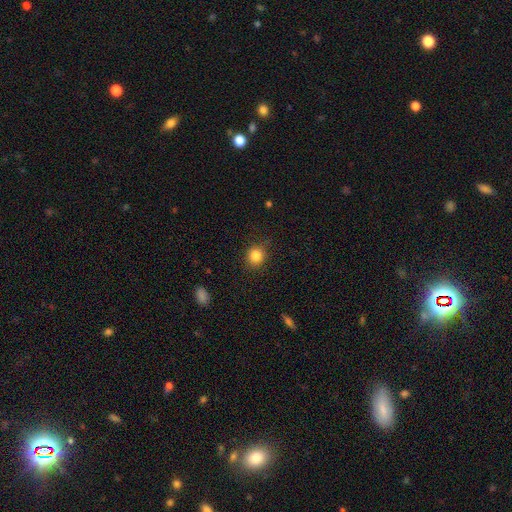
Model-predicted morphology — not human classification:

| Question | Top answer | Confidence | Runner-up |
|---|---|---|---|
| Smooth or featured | smooth | 84% | star or artifact (11%) |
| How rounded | round | 84% | in between (15%) |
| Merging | none | 85% | minor disturbance (11%) |